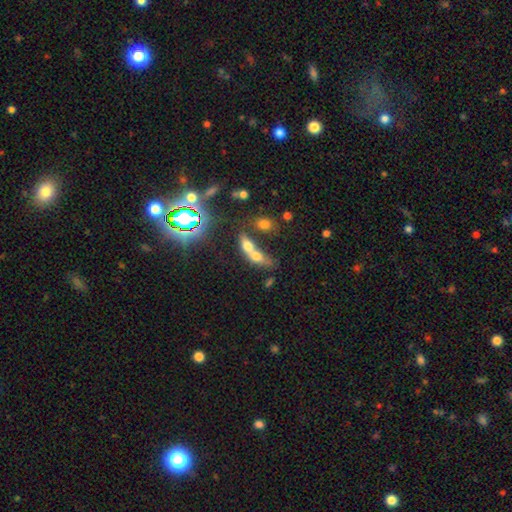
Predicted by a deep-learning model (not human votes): Q: Smooth or featured?
A: smooth (59%); runner-up: featured or disk (24%)
Q: How rounded?
A: in between (61%); runner-up: round (22%)
Q: Merging?
A: merger (71%); runner-up: none (16%)